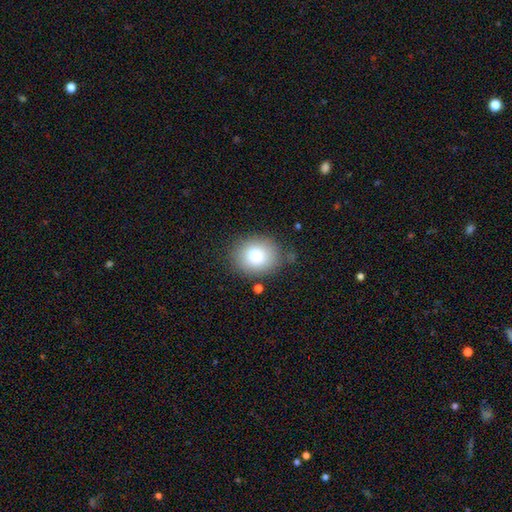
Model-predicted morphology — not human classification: smooth-or-featured: smooth: 80% | featured or disk: 10% | star or artifact: 10%
  how-rounded: round: 67% | in between: 32% | cigar-shaped: 1%
  merging: none: 80% | minor disturbance: 13% | major disturbance: 4% | merger: 3%